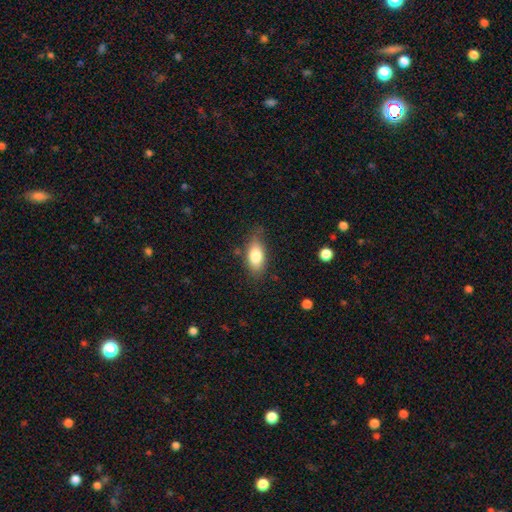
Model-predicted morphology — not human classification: Smooth or featured?
  - smooth: 81% *
  - featured or disk: 12%
  - star or artifact: 7%
How rounded?
  - in between: 86% *
  - cigar-shaped: 10%
  - round: 4%
Merging?
  - none: 76% *
  - minor disturbance: 18%
  - major disturbance: 4%
  - merger: 2%